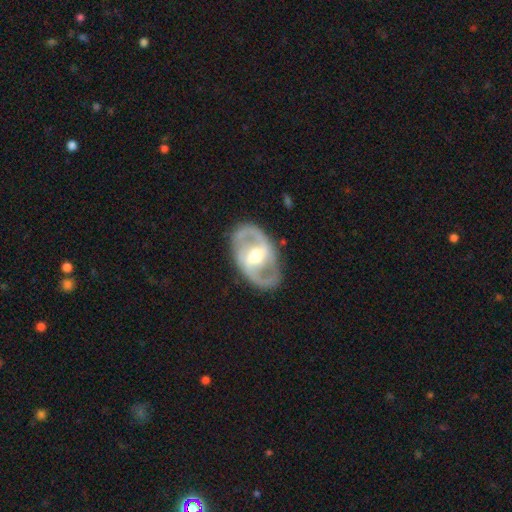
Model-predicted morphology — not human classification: A featured or disk galaxy (85%) with a weak bar (41%), 2 (90%) medium (54%) spiral arms (85%) and a moderate central bulge (69%). Merging: none (85%).